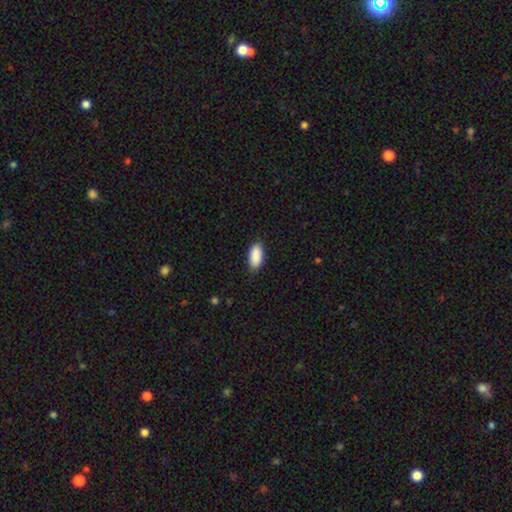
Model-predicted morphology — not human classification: Smooth or featured: smooth — 91% (star or artifact — 6%)
How rounded: in between — 92% (cigar-shaped — 6%)
Merging: none — 85% (minor disturbance — 12%)